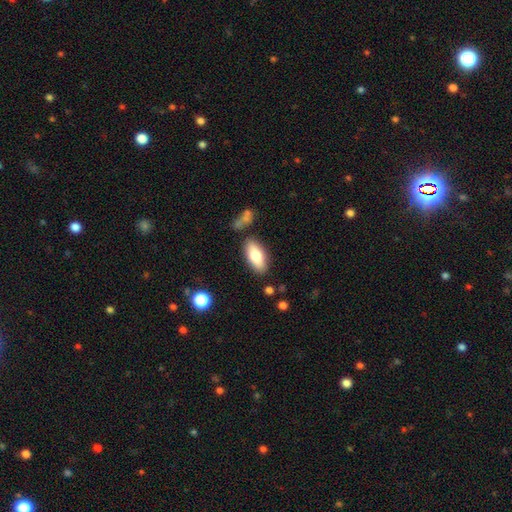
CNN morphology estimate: Q: Smooth or featured?
A: smooth (76%); runner-up: featured or disk (18%)
Q: How rounded?
A: in between (85%); runner-up: cigar-shaped (13%)
Q: Merging?
A: none (82%); runner-up: minor disturbance (11%)